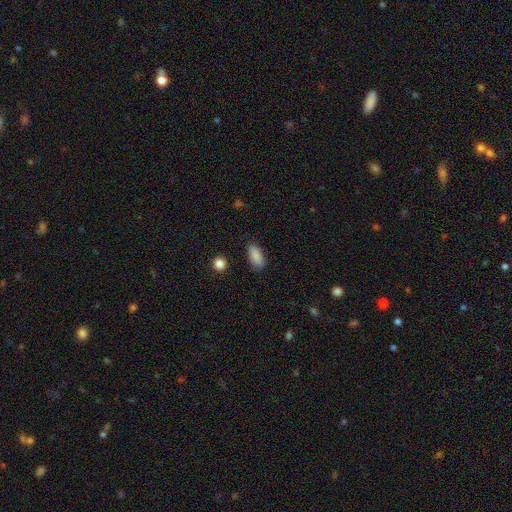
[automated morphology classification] Overall: smooth (88%). How rounded: in between (83%). Merging: none (84%).